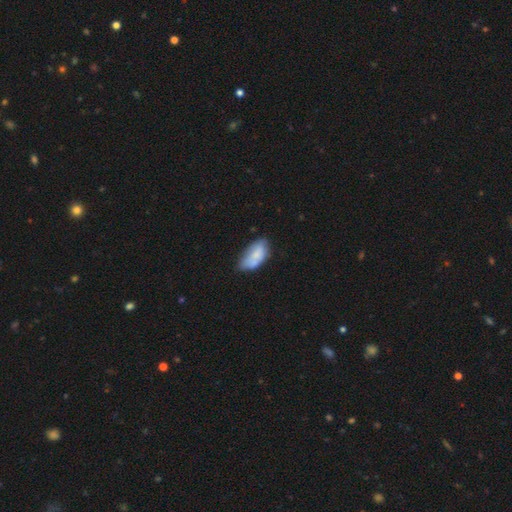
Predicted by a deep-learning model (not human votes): Smooth or featured: smooth — 74% (featured or disk — 19%)
How rounded: in between — 93% (cigar-shaped — 4%)
Merging: none — 46% (minor disturbance — 37%)